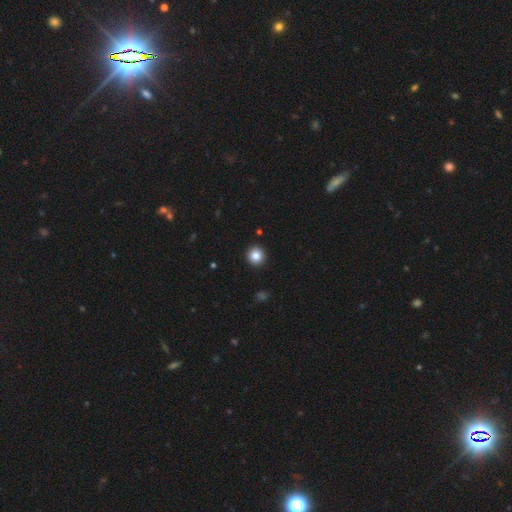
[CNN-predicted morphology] Smooth or featured?
  - smooth: 85% *
  - star or artifact: 10%
  - featured or disk: 5%
How rounded?
  - round: 95% *
  - in between: 4%
  - cigar-shaped: 1%
Merging?
  - none: 93% *
  - minor disturbance: 4%
  - major disturbance: 1%
  - merger: 1%